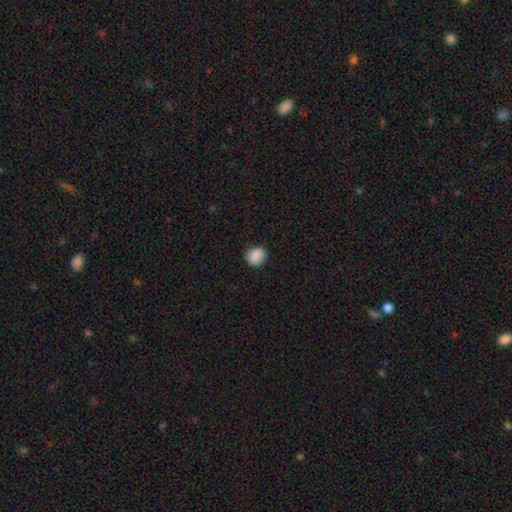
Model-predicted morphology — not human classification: smooth_or_featured: smooth (p=0.88) [alt: star or artifact p=0.08]
how_rounded: round (p=0.73) [alt: in between p=0.26]
merging: none (p=0.87) [alt: minor disturbance p=0.10]